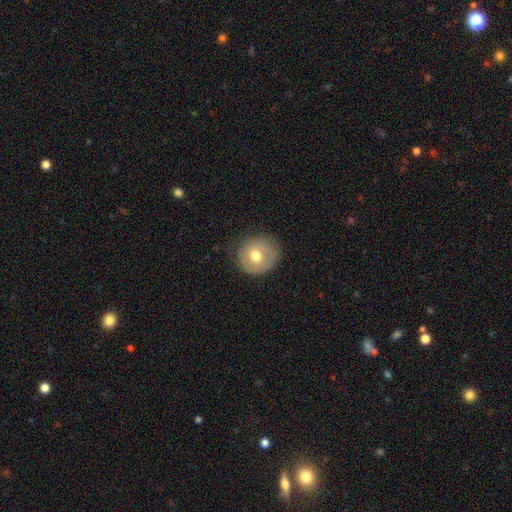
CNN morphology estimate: Smooth or featured? Predicted: smooth (p=0.61). How rounded? Predicted: round (p=0.85). Merging? Predicted: none (p=0.76).